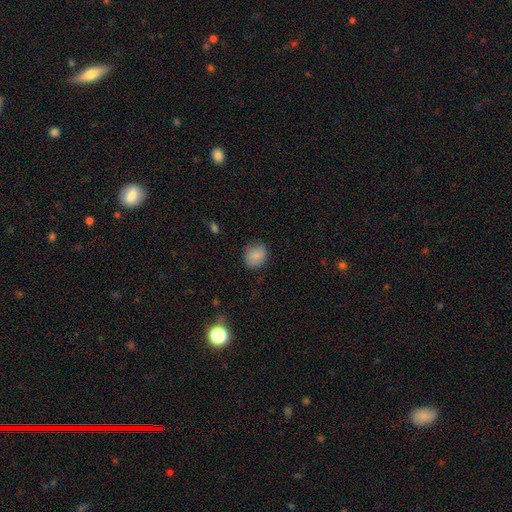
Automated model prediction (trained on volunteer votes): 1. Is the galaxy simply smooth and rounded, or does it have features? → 84% smooth, 9% star or artifact, 8% featured or disk.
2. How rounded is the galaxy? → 78% round, 21% in between, 1% cigar-shaped.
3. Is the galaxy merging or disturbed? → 82% none, 13% minor disturbance, 3% major disturbance, 1% merger.